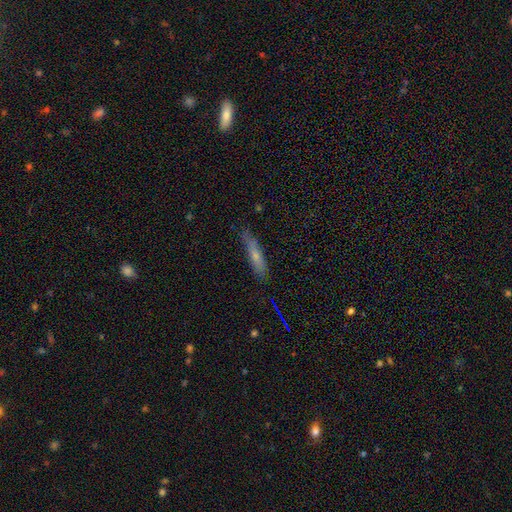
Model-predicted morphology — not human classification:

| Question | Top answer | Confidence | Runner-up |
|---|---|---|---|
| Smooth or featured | smooth | 62% | featured or disk (30%) |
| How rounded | cigar-shaped | 87% | in between (11%) |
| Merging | none | 77% | minor disturbance (18%) |